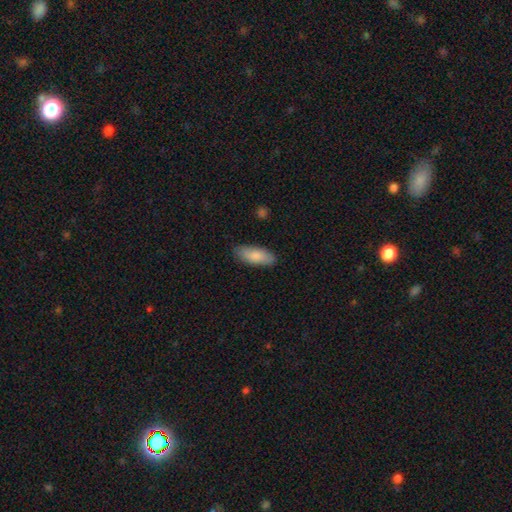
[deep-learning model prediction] Smooth or featured? smooth (84%)
How rounded? in between (73%)
Merging? none (85%)